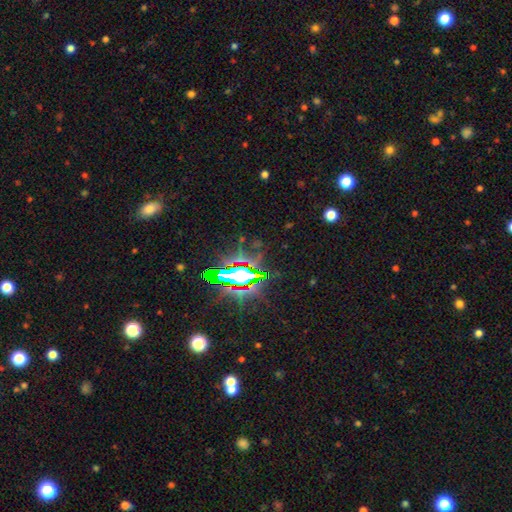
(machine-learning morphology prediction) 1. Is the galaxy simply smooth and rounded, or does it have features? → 82% star or artifact, 9% smooth, 9% featured or disk.